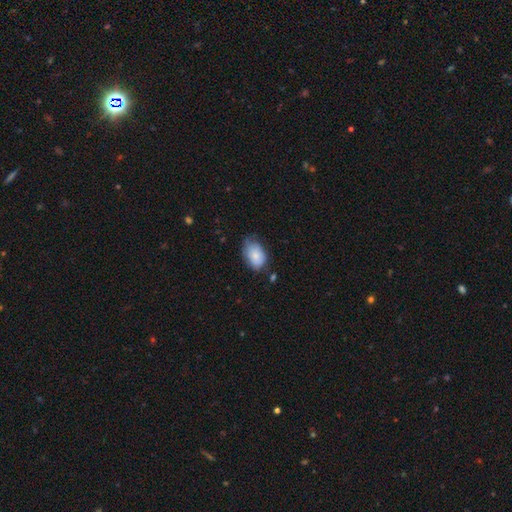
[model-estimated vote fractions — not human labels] Q: Smooth or featured?
A: smooth (78%); runner-up: featured or disk (15%)
Q: How rounded?
A: in between (86%); runner-up: round (13%)
Q: Merging?
A: none (46%); runner-up: minor disturbance (39%)